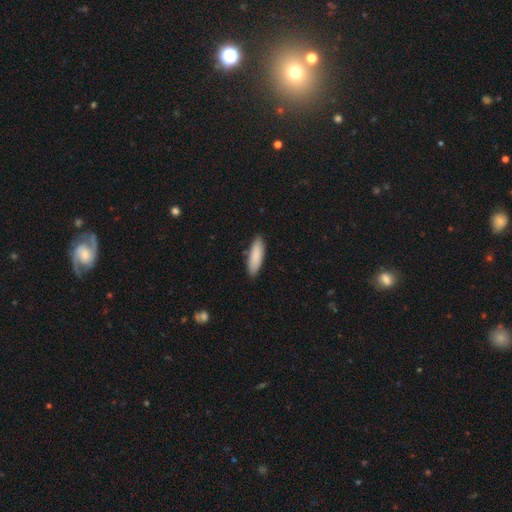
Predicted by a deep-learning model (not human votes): Overall: smooth (87%). How rounded: cigar-shaped (53%; in between 46%). Merging: none (86%).